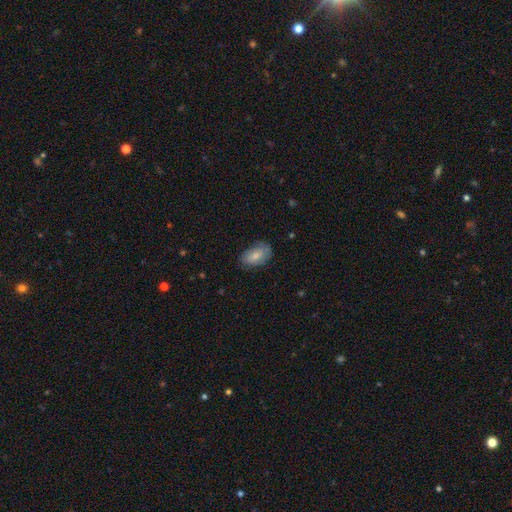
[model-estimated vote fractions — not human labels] Morphology: type=smooth (77%); roundness=in between (92%); merging=none (72%).